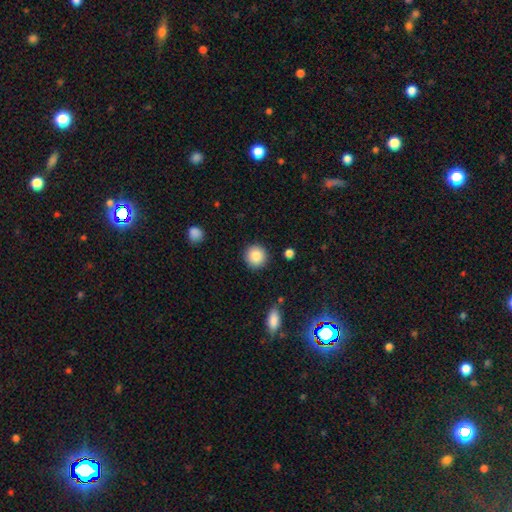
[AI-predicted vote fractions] Smooth or featured?
  - smooth: 86% *
  - star or artifact: 8%
  - featured or disk: 5%
How rounded?
  - round: 93% *
  - in between: 6%
  - cigar-shaped: 1%
Merging?
  - none: 90% *
  - minor disturbance: 6%
  - major disturbance: 2%
  - merger: 2%